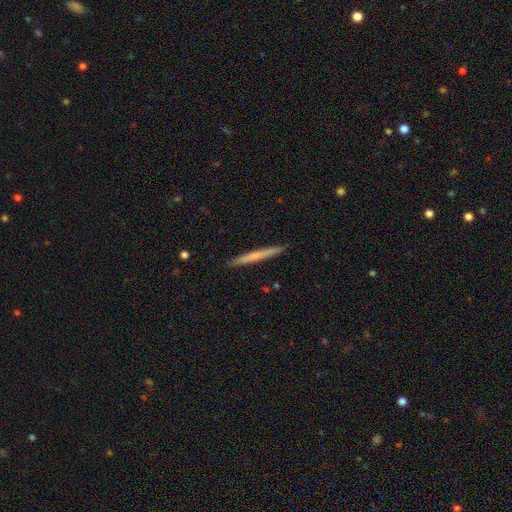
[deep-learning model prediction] Smooth or featured?
  - smooth: 56% *
  - featured or disk: 39%
  - star or artifact: 6%
How rounded?
  - cigar-shaped: 97% *
  - in between: 2%
  - round: 1%
Merging?
  - none: 92% *
  - minor disturbance: 6%
  - major disturbance: 1%
  - merger: 1%